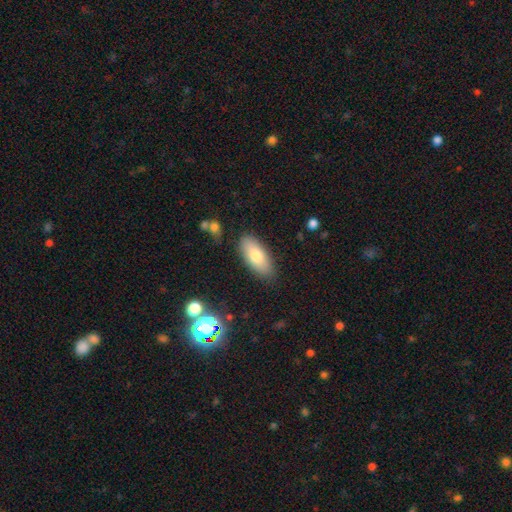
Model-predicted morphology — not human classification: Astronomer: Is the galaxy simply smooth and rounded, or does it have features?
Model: smooth — 76%.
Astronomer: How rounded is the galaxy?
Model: in between — 84%.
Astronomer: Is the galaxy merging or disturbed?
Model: none — 84%.